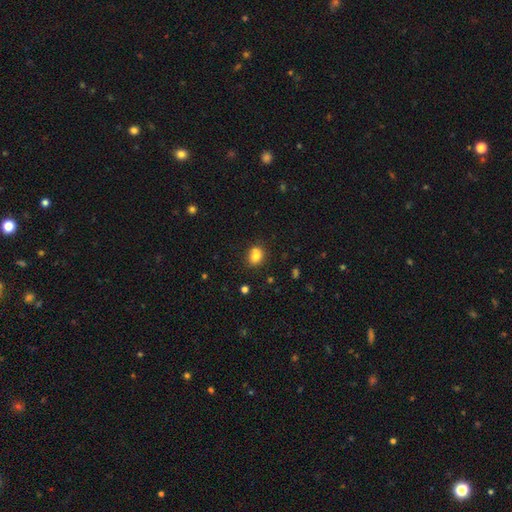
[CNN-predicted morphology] smooth 79%, star or artifact 11%, featured or disk 10%. Down the decision tree: how rounded — round (51%); merging — none (55%).